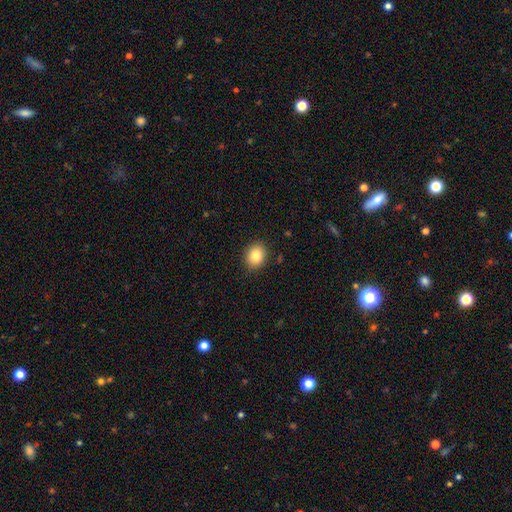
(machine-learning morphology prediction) Smooth or featured: smooth — 84% (star or artifact — 9%)
How rounded: round — 56% (in between — 43%)
Merging: none — 89% (minor disturbance — 8%)